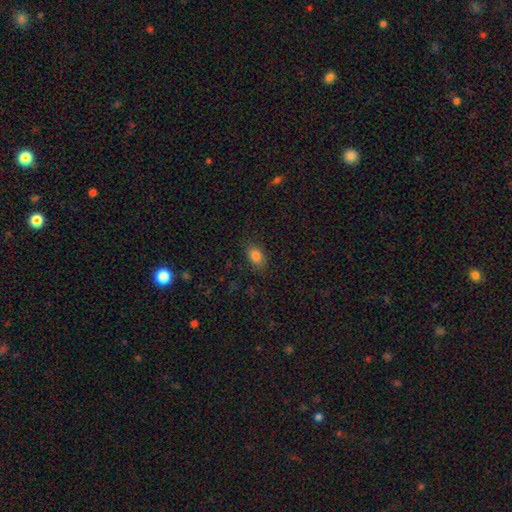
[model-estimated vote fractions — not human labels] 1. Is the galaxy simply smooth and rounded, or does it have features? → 84% smooth, 11% star or artifact, 5% featured or disk.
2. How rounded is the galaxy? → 84% in between, 14% round, 2% cigar-shaped.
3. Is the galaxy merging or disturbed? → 82% none, 13% minor disturbance, 4% major disturbance, 1% merger.